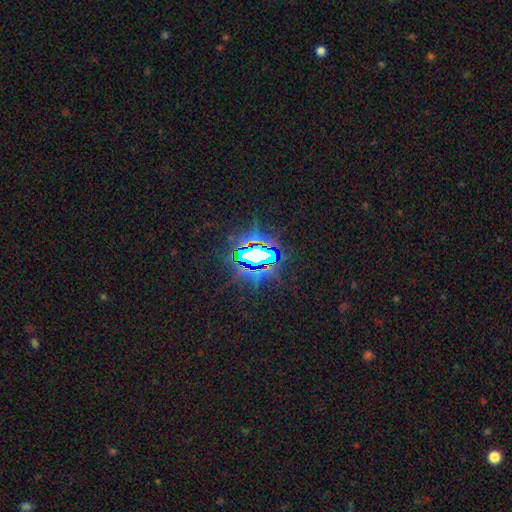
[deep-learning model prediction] Smooth or featured?
  - star or artifact: 75% *
  - featured or disk: 13%
  - smooth: 12%